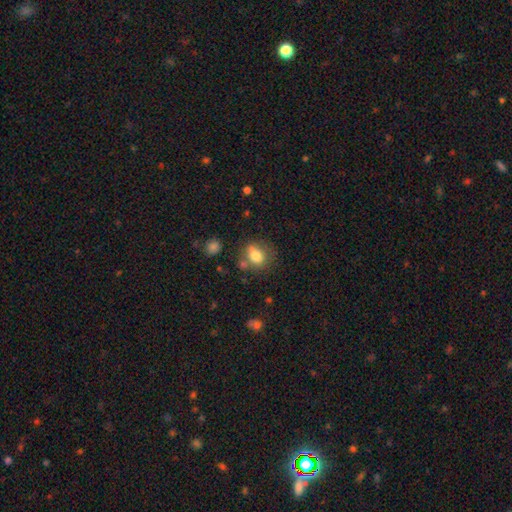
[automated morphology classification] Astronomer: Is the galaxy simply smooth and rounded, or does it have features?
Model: smooth — 78%.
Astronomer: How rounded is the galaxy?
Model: in between — 53% (runner-up: round, 46%).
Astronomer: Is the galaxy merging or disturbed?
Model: none — 59%.